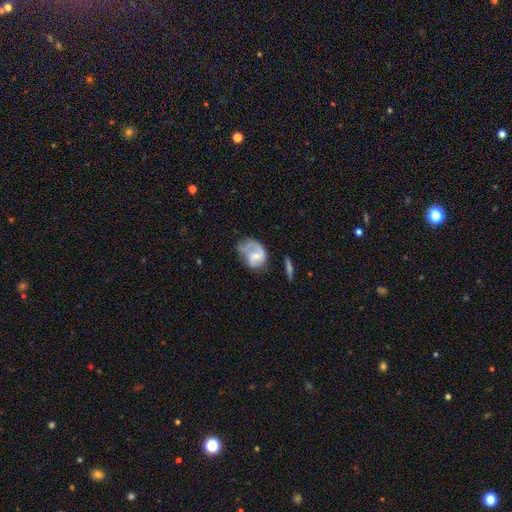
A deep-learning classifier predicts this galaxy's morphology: Smooth or featured? Predicted: featured or disk (p=0.58). Edge-on disk? Predicted: no (p=0.97). Bar? Predicted: no (p=0.50). Spiral arms? Predicted: yes (p=0.73). Bulge size? Predicted: small (p=0.47). Merging? Predicted: major disturbance (p=0.35).